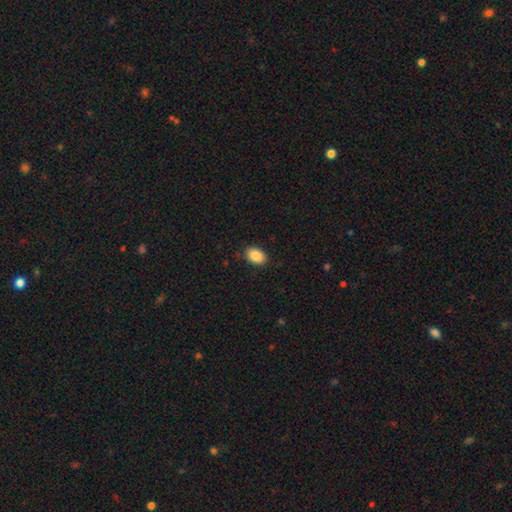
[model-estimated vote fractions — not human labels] A smooth galaxy with no disk features (88%) that is in between round and cigar-shaped (84%). Merging: none (88%).